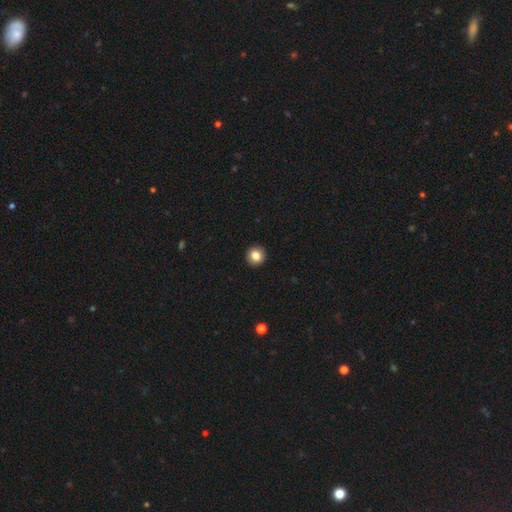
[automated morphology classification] This appears to be a smooth galaxy with no disk features (84%) that is round (94%). Merging: none (94%).